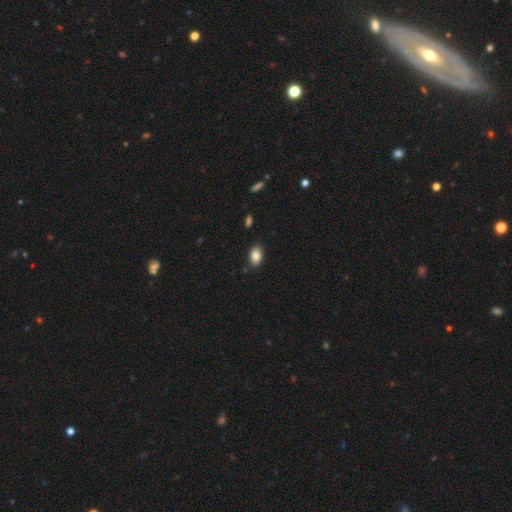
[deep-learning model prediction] A smooth galaxy with no disk features (85%) that is in between round and cigar-shaped (88%). Merging: none (86%).